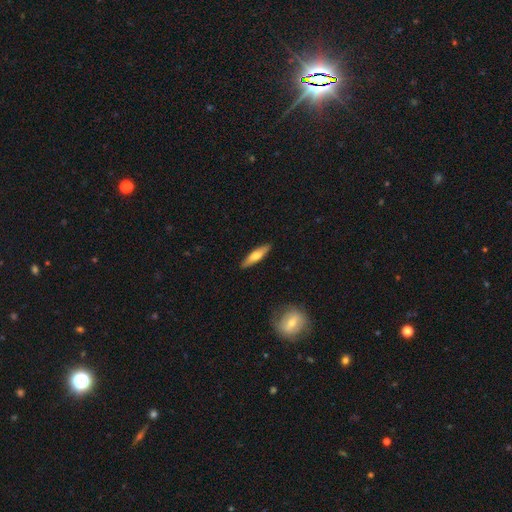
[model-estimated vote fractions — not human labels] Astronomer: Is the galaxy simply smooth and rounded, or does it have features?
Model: smooth — 56% (runner-up: featured or disk, 38%).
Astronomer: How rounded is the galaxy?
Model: cigar-shaped — 75%.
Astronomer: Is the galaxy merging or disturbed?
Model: none — 90%.